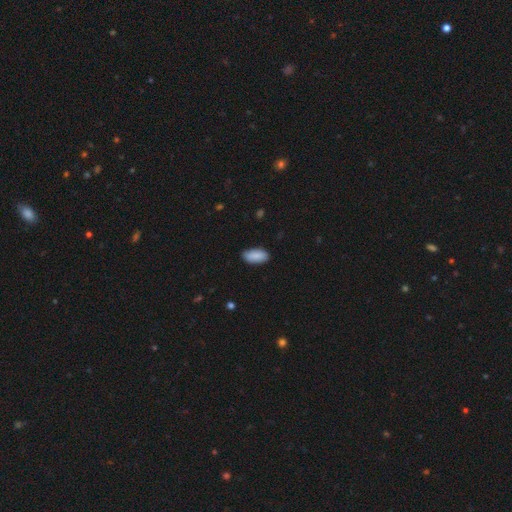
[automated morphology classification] A smooth galaxy with no disk features (88%) that is in between round and cigar-shaped (92%).

Vote fractions:
- Smooth or featured? smooth: 88% / star or artifact: 6% / featured or disk: 6%
- How rounded? in between: 92% / cigar-shaped: 6% / round: 2%
- Merging? none: 83% / minor disturbance: 14% / major disturbance: 2% / merger: 1%